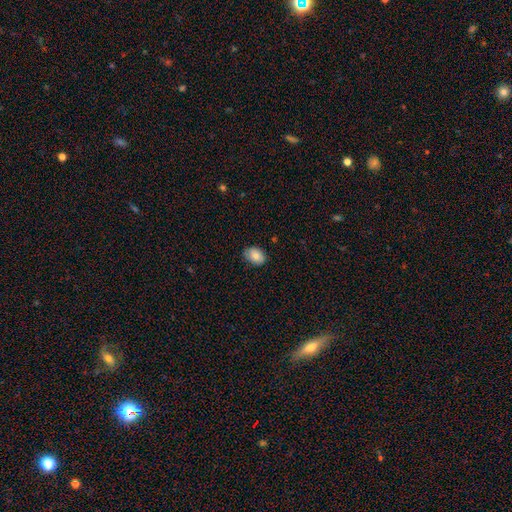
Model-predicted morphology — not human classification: Smooth or featured?
  - smooth: 79% *
  - featured or disk: 13%
  - star or artifact: 7%
How rounded?
  - in between: 78% *
  - round: 21%
  - cigar-shaped: 1%
Merging?
  - none: 78% *
  - minor disturbance: 18%
  - major disturbance: 3%
  - merger: 1%